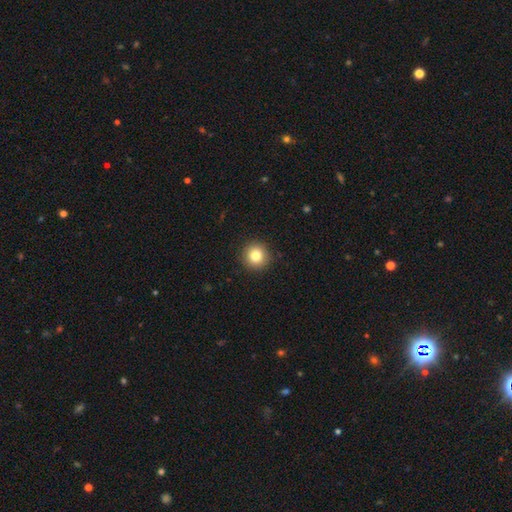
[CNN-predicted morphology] Smooth or featured?
  - smooth: 82% *
  - star or artifact: 11%
  - featured or disk: 8%
How rounded?
  - round: 95% *
  - in between: 4%
  - cigar-shaped: 1%
Merging?
  - none: 92% *
  - minor disturbance: 5%
  - major disturbance: 2%
  - merger: 1%